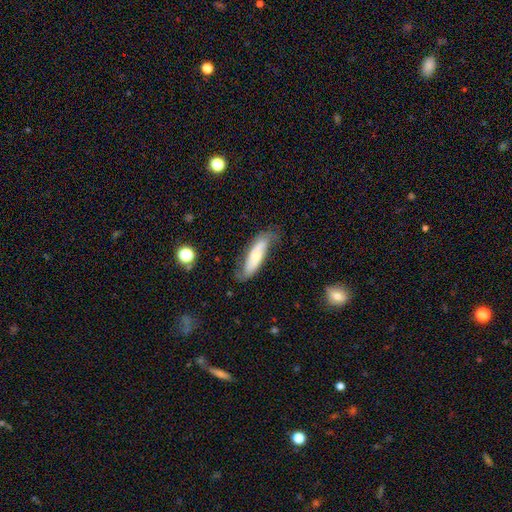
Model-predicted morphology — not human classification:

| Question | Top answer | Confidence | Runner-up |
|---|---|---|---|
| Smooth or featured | featured or disk | 52% | smooth (42%) |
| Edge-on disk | no | 74% | yes (26%) |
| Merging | none | 63% | minor disturbance (26%) |